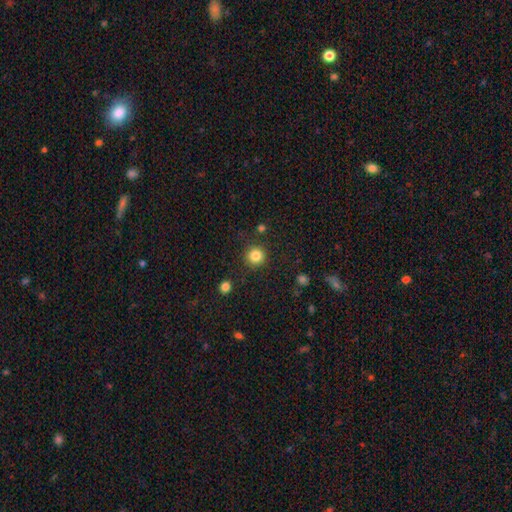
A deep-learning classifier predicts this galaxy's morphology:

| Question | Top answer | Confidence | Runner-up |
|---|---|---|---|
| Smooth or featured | smooth | 84% | star or artifact (11%) |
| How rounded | round | 94% | in between (6%) |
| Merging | none | 88% | minor disturbance (7%) |